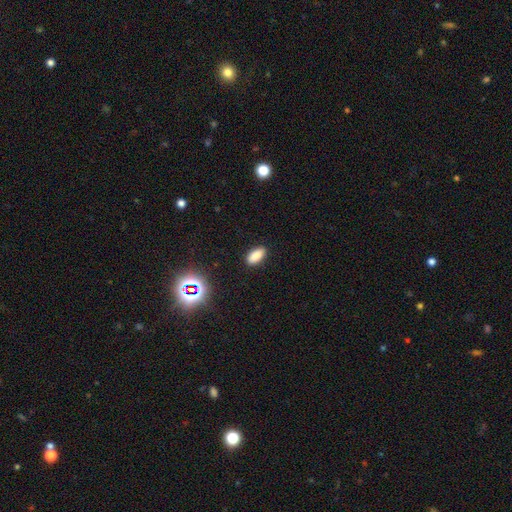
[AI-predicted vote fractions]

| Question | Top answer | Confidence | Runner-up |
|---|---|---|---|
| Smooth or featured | smooth | 83% | star or artifact (11%) |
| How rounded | in between | 89% | cigar-shaped (7%) |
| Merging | none | 89% | minor disturbance (8%) |